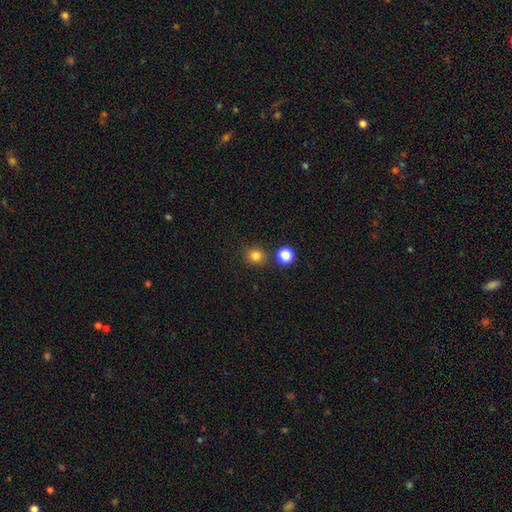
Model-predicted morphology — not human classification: smooth 81%, star or artifact 14%, featured or disk 5%. Down the decision tree: how rounded — round (88%); merging — none (84%).